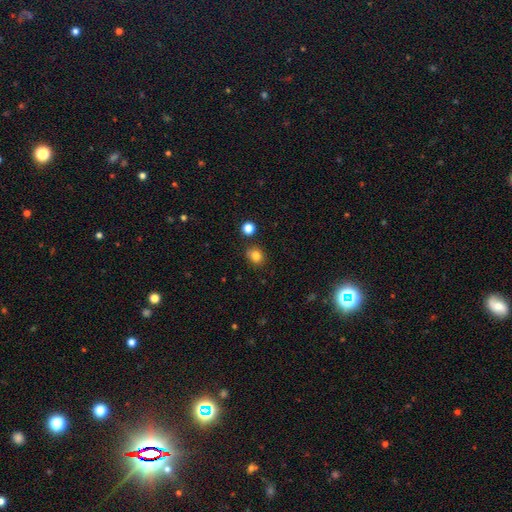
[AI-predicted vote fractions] smooth_or_featured: smooth (p=0.81) [alt: star or artifact p=0.13]
how_rounded: round (p=0.74) [alt: in between p=0.25]
merging: none (p=0.79) [alt: minor disturbance p=0.11]